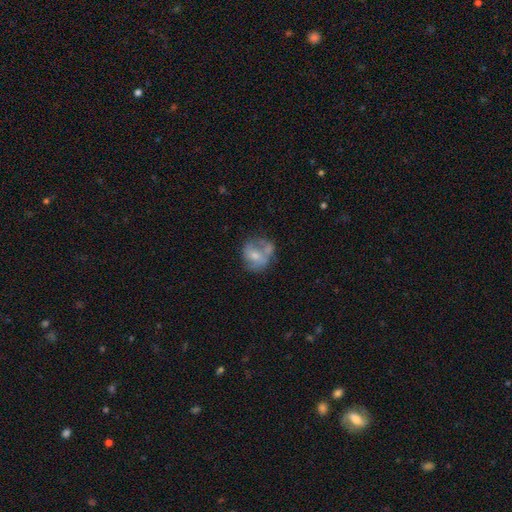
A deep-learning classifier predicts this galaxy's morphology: Smooth or featured?
  - featured or disk: 46% * (tied)
  - smooth: 46% * (tied)
  - star or artifact: 8%
Merging?
  - none: 35% *
  - merger: 28%
  - minor disturbance: 21%
  - major disturbance: 15%